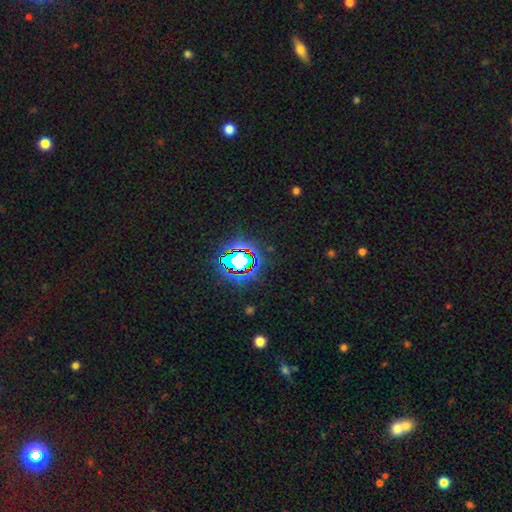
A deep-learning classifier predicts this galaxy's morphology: Smooth or featured? Predicted: star or artifact (p=0.77).